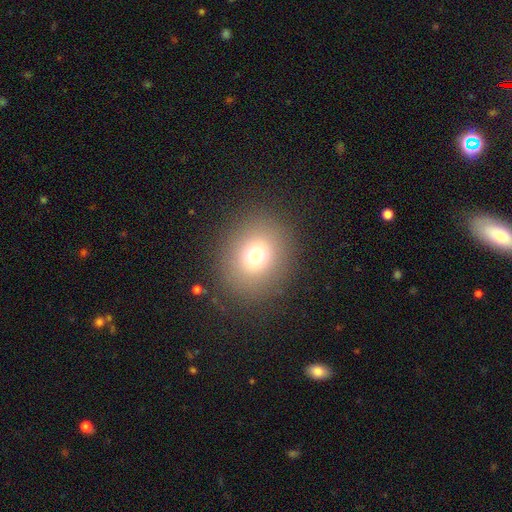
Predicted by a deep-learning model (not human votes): Smooth or featured? Predicted: smooth (p=0.71). How rounded? Predicted: round (p=0.77). Merging? Predicted: none (p=0.87).